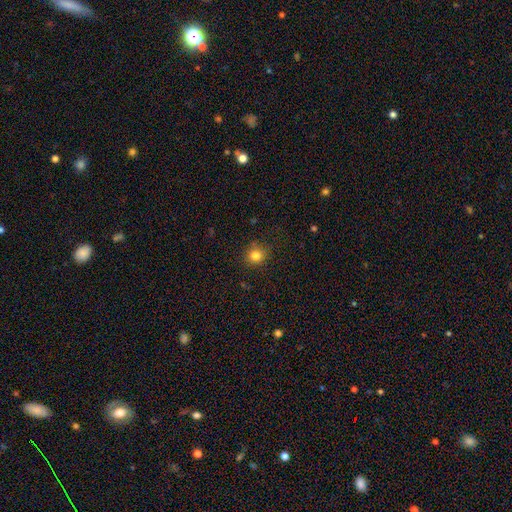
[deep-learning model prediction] Smooth or featured? smooth (82%)
How rounded? round (87%)
Merging? none (85%)